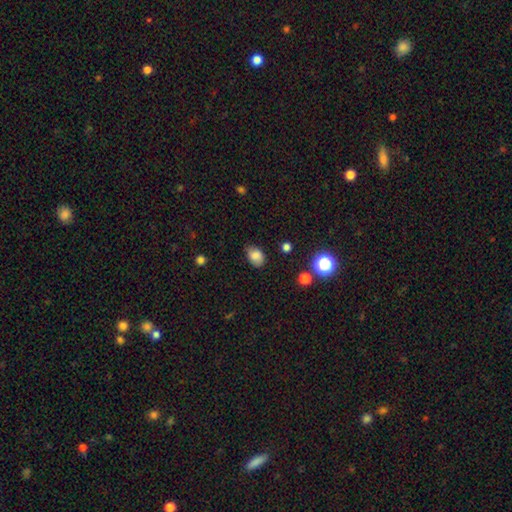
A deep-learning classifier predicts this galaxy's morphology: Q: Smooth or featured?
A: smooth (82%); runner-up: star or artifact (11%)
Q: How rounded?
A: in between (74%); runner-up: round (25%)
Q: Merging?
A: none (70%); runner-up: minor disturbance (24%)